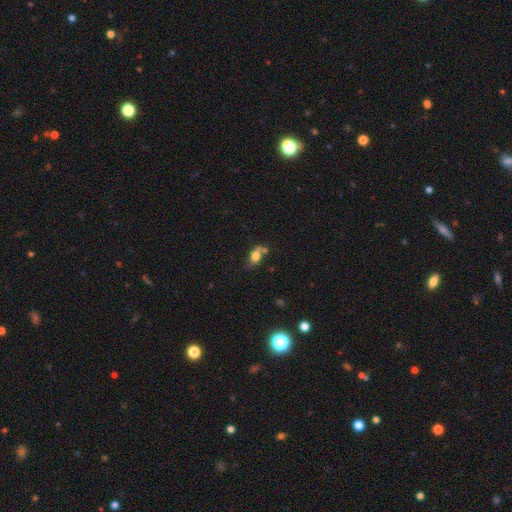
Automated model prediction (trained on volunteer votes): Smooth or featured?
  - smooth: 69% *
  - featured or disk: 20%
  - star or artifact: 11%
How rounded?
  - in between: 76% *
  - round: 20%
  - cigar-shaped: 5%
Merging?
  - none: 42% *
  - minor disturbance: 24%
  - merger: 21%
  - major disturbance: 13%